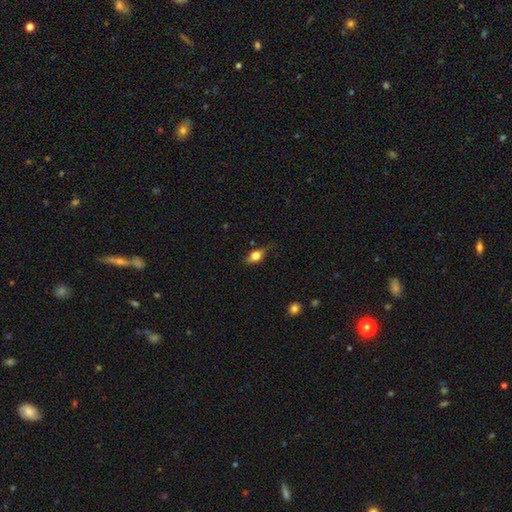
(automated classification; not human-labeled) smooth 64%, featured or disk 27%, star or artifact 9%. Down the decision tree: how rounded — in between (72%); merging — none (66%).